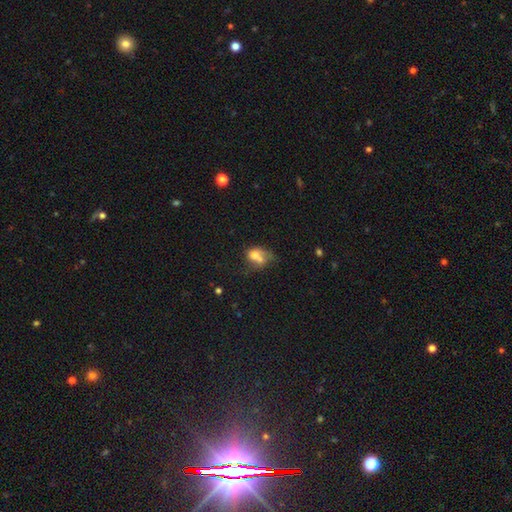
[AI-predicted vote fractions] Smooth or featured? Predicted: smooth (p=0.65). How rounded? Predicted: in between (p=0.55). Merging? Predicted: merger (p=0.59).